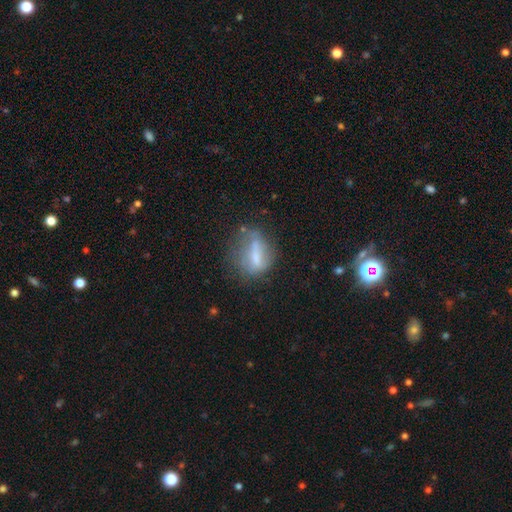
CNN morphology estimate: A smooth galaxy with no disk features (51%) that is in between round and cigar-shaped (60%). Merging: none (41%).